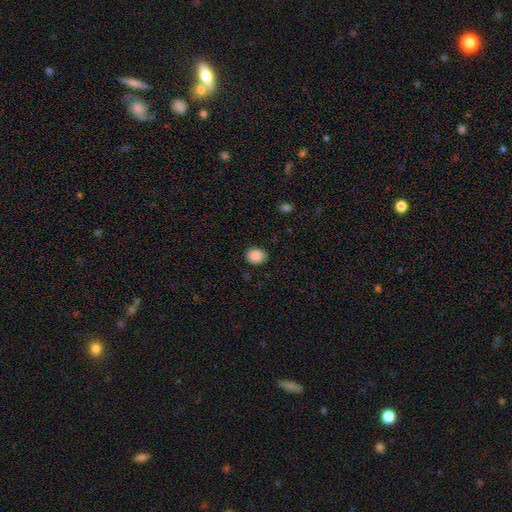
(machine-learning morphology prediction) This appears to be a smooth galaxy with no disk features (88%) that is round (62%). Merging: none (83%).